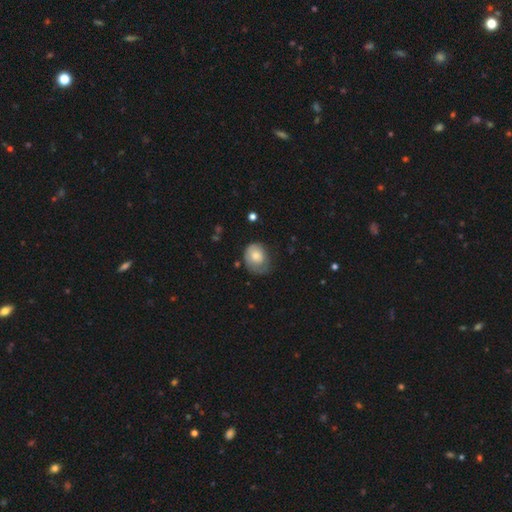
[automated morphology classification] smooth_or_featured: smooth (p=0.66) [alt: featured or disk p=0.27]
how_rounded: round (p=0.53) [alt: in between p=0.47]
merging: none (p=0.44) [alt: minor disturbance p=0.34]